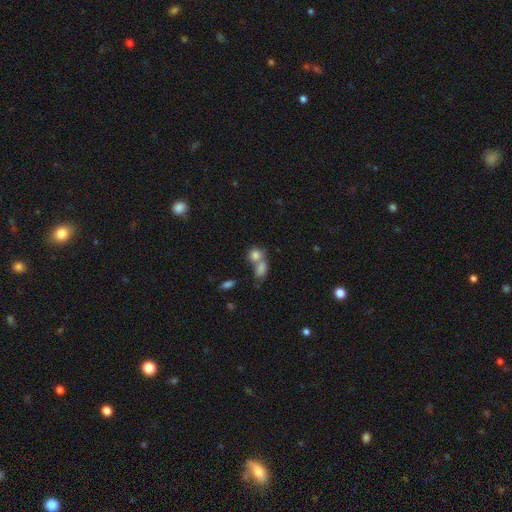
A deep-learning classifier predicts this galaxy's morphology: smooth 81%, star or artifact 10%, featured or disk 9%. Down the decision tree: how rounded — round (60%); merging — merger (57%).